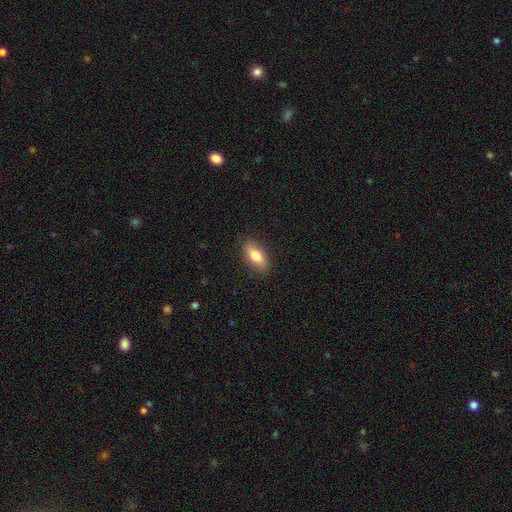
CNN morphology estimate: Smooth or featured? Predicted: smooth (p=0.79). How rounded? Predicted: in between (p=0.85). Merging? Predicted: none (p=0.87).